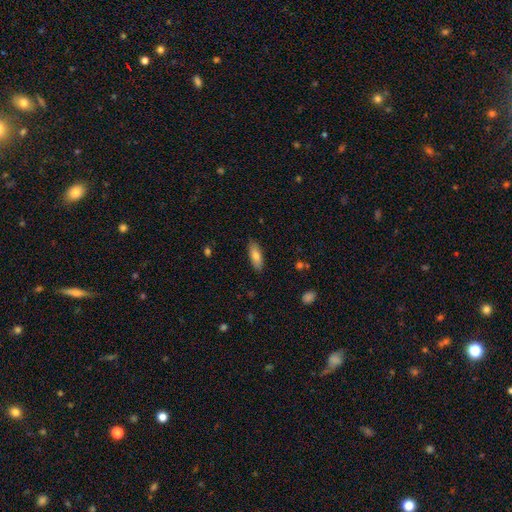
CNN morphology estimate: Smooth or featured? smooth (77%)
How rounded? in between (72%)
Merging? none (87%)